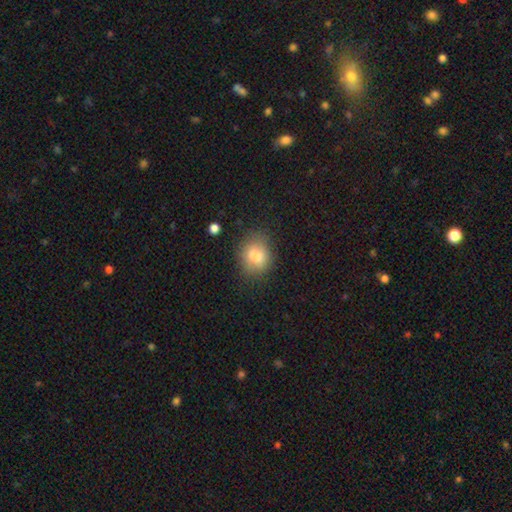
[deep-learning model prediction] This is likely a smooth galaxy (79%). How rounded: possibly round (50%). Merging: likely none (70%).